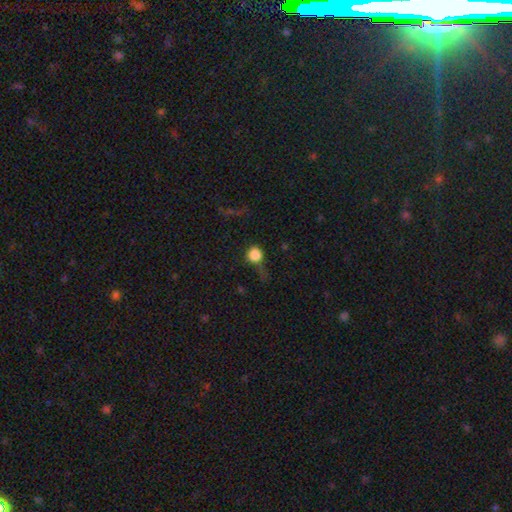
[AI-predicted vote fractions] Smooth or featured? Predicted: smooth (p=0.80). How rounded? Predicted: round (p=0.88). Merging? Predicted: none (p=0.45).